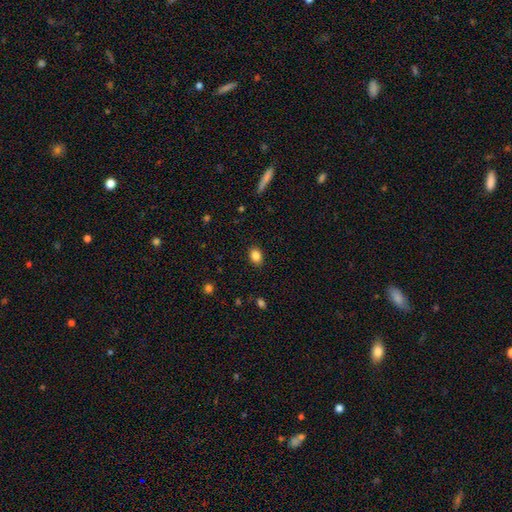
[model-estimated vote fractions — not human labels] Overall: smooth (86%). How rounded: in between (70%). Merging: none (88%).